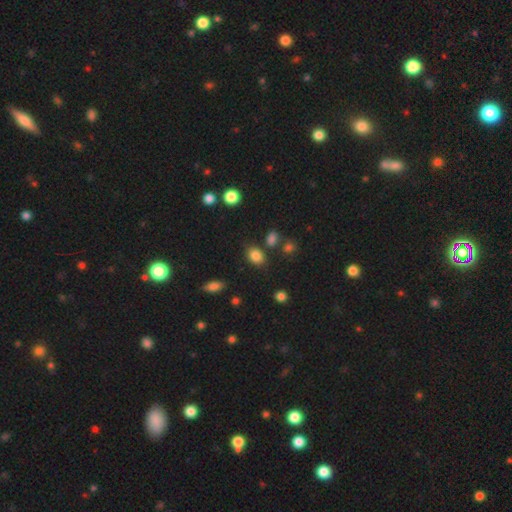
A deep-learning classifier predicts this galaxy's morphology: The model was most divided on "how rounded": in between: 67%, round: 31%, cigar-shaped: 1%. More confident: smooth or featured — smooth (84%); merging — none (77%).